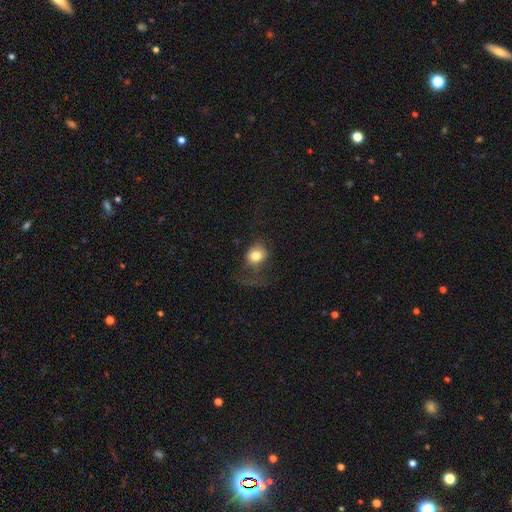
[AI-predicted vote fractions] Smooth or featured? smooth (77%)
How rounded? round (63%)
Merging? none (39%)